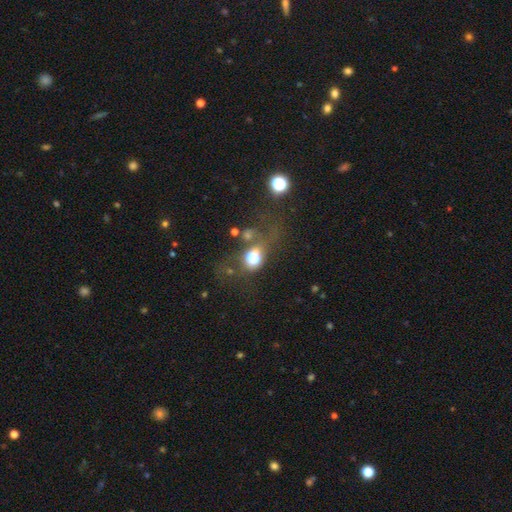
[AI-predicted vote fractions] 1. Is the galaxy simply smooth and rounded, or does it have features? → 52% smooth, 30% star or artifact, 19% featured or disk.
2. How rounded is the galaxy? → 62% round, 34% in between, 4% cigar-shaped.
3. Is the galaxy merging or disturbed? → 45% none, 25% major disturbance, 16% minor disturbance, 15% merger.